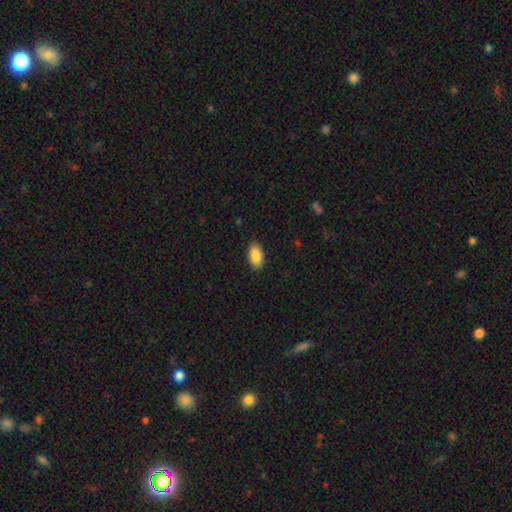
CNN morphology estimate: Smooth or featured? Predicted: smooth (p=0.90). How rounded? Predicted: in between (p=0.94). Merging? Predicted: none (p=0.89).